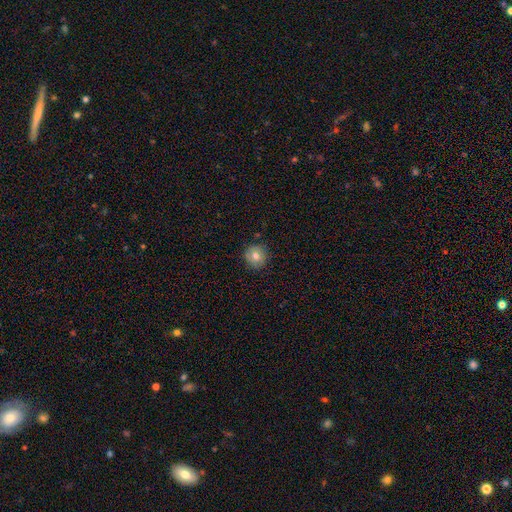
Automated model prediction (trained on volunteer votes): The model was most divided on "smooth or featured": smooth: 72%, featured or disk: 18%, star or artifact: 10%. More confident: how rounded — round (93%); merging — none (86%).